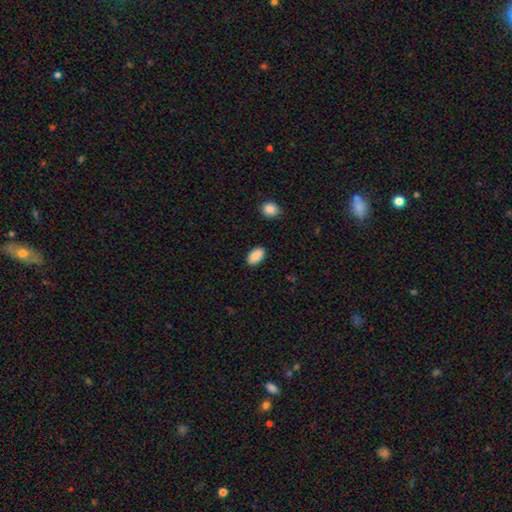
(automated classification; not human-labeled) Smooth or featured: smooth — 90% (star or artifact — 7%)
How rounded: in between — 93% (round — 5%)
Merging: none — 88% (minor disturbance — 9%)